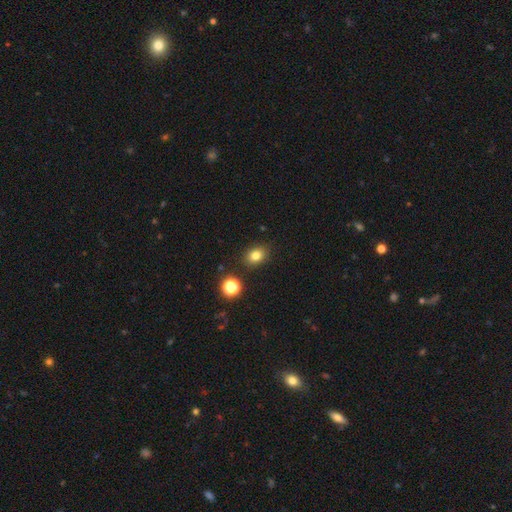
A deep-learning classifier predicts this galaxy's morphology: smooth_or_featured: smooth (p=0.80) [alt: star or artifact p=0.13]
how_rounded: in between (p=0.58) [alt: round p=0.41]
merging: none (p=0.85) [alt: minor disturbance p=0.10]